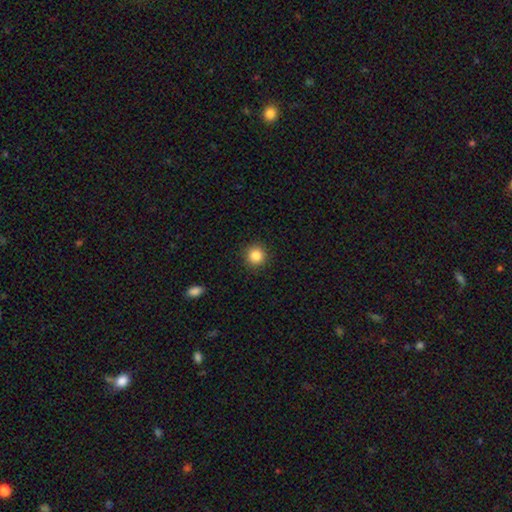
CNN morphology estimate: smooth-or-featured: smooth: 86% | star or artifact: 10% | featured or disk: 4%
  how-rounded: round: 94% | in between: 5% | cigar-shaped: 1%
  merging: none: 92% | minor disturbance: 5% | major disturbance: 2% | merger: 1%